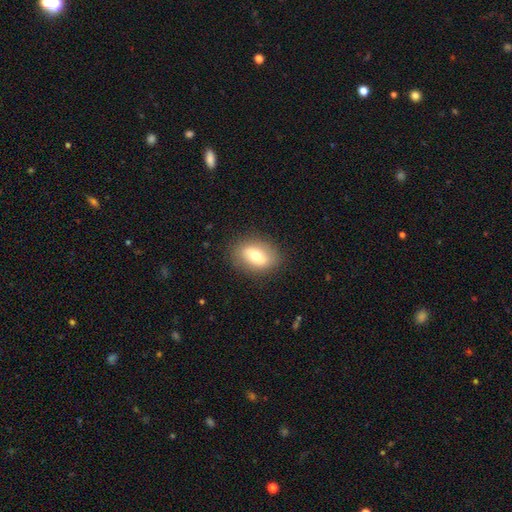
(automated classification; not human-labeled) smooth_or_featured: smooth (p=0.63) [alt: featured or disk p=0.29]
how_rounded: in between (p=0.78) [alt: round p=0.20]
merging: none (p=0.85) [alt: minor disturbance p=0.10]